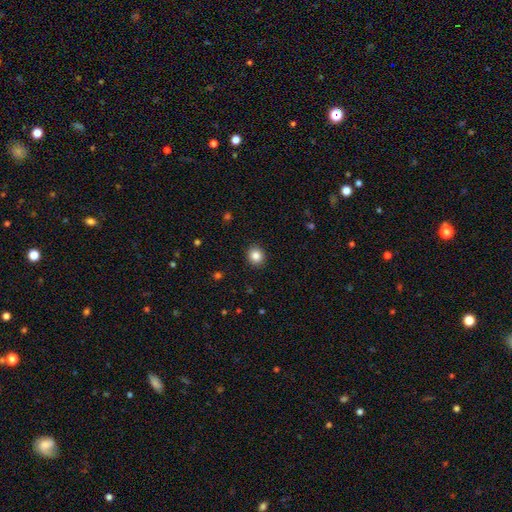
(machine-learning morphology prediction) Smooth or featured? smooth (85%)
How rounded? round (79%)
Merging? none (91%)